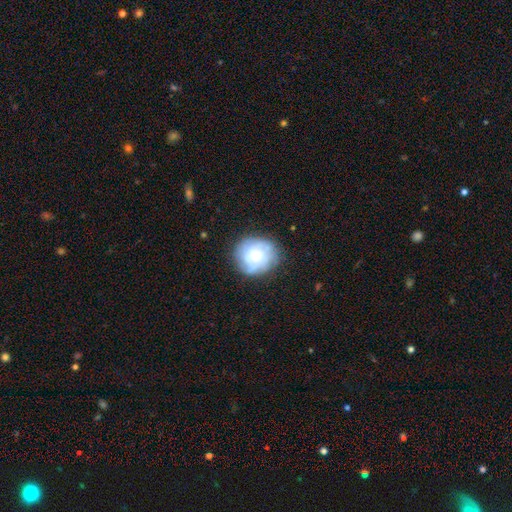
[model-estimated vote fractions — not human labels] The model was most divided on "smooth or featured": featured or disk: 47%, smooth: 45%, star or artifact: 8%. More confident: merging — none (77%).